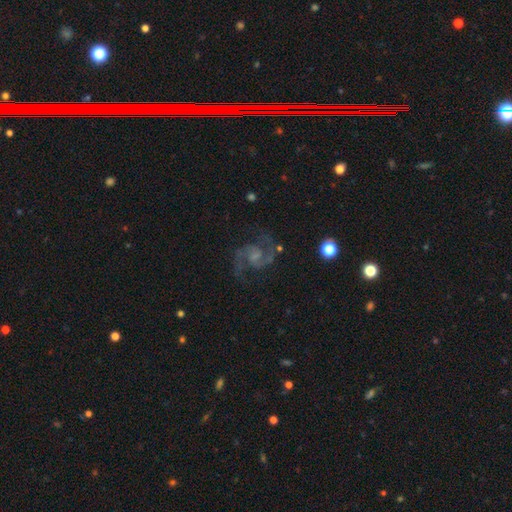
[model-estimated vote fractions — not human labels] A featured or disk galaxy (89%) with no bar (49%), 2 (93%) medium (61%) spiral arms (98%) and a small central bulge (40%). Merging: none (75%).